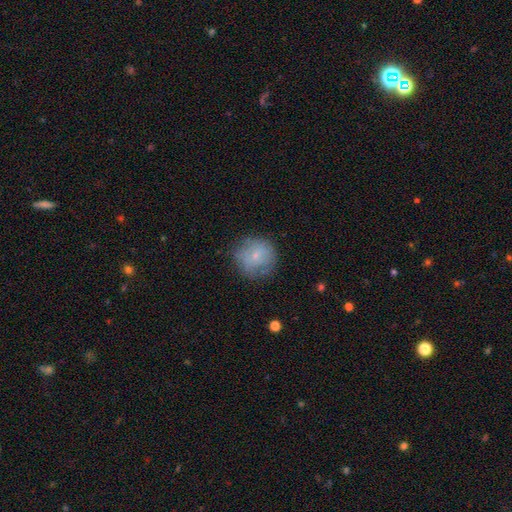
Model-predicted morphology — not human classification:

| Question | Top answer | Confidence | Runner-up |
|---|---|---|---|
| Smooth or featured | smooth | 69% | featured or disk (22%) |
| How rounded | round | 89% | in between (10%) |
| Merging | none | 71% | minor disturbance (21%) |